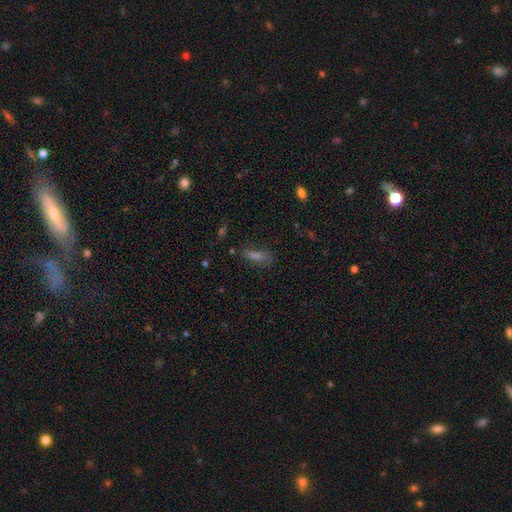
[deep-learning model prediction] Smooth or featured?
  - smooth: 53% *
  - star or artifact: 27%
  - featured or disk: 21%
How rounded?
  - in between: 50% *
  - cigar-shaped: 44%
  - round: 5%
Merging?
  - none: 64% *
  - minor disturbance: 20%
  - major disturbance: 12%
  - merger: 4%